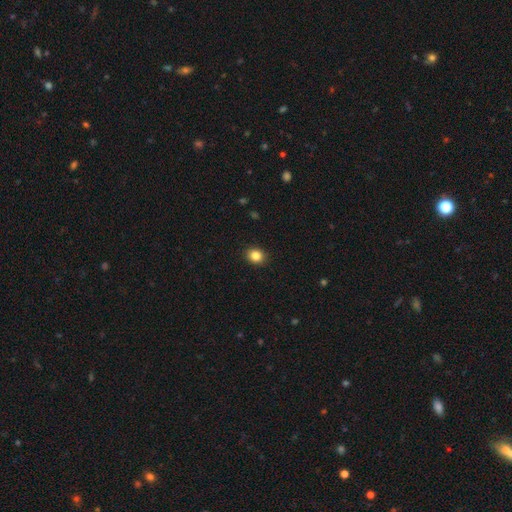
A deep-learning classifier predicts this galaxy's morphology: Smooth or featured?
  - smooth: 85% *
  - star or artifact: 11%
  - featured or disk: 5%
How rounded?
  - round: 68% *
  - in between: 31%
  - cigar-shaped: 1%
Merging?
  - none: 91% *
  - minor disturbance: 7%
  - major disturbance: 2%
  - merger: 1%